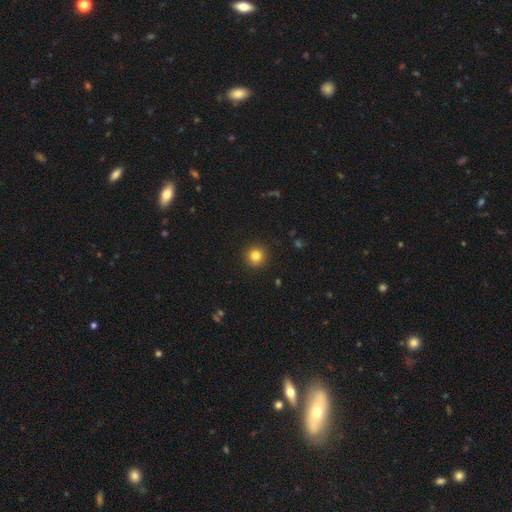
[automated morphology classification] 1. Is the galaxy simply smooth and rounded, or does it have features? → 82% smooth, 12% star or artifact, 6% featured or disk.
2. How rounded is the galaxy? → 95% round, 4% in between, 1% cigar-shaped.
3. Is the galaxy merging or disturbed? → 92% none, 5% minor disturbance, 2% major disturbance, 1% merger.